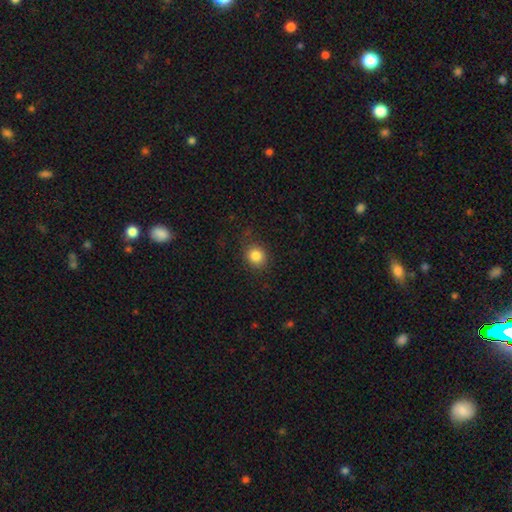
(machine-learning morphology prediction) Smooth or featured: smooth — 85% (star or artifact — 10%)
How rounded: round — 79% (in between — 20%)
Merging: none — 82% (minor disturbance — 12%)